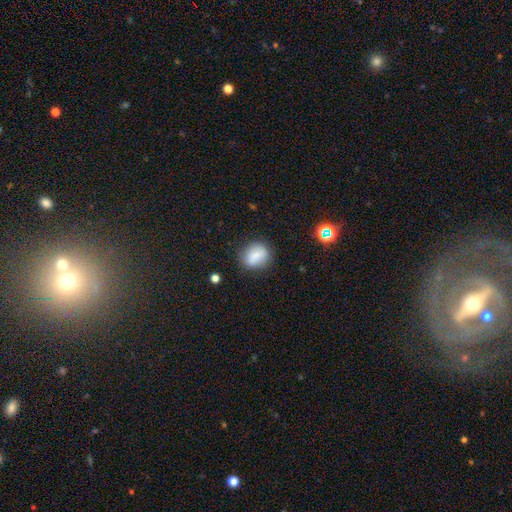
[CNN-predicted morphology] The model was most divided on "how rounded": round: 57%, in between: 41%, cigar-shaped: 2%. More confident: merging — none (75%); smooth or featured — smooth (74%).